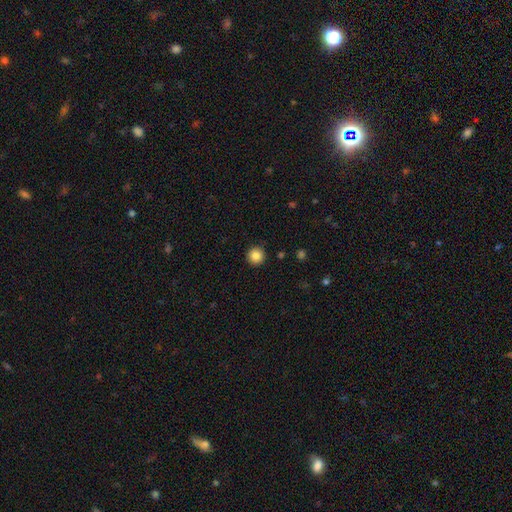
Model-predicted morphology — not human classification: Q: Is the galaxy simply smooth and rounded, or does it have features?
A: smooth — 85%.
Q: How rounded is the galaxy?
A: round — 96%.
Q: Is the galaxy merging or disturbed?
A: none — 92%.